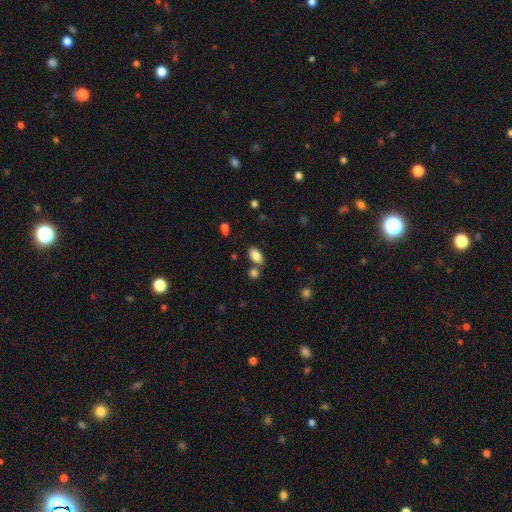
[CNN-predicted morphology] The model was most divided on "merging": none: 73%, merger: 12%, minor disturbance: 12%, major disturbance: 3%. More confident: how rounded — in between (92%); smooth or featured — smooth (85%).